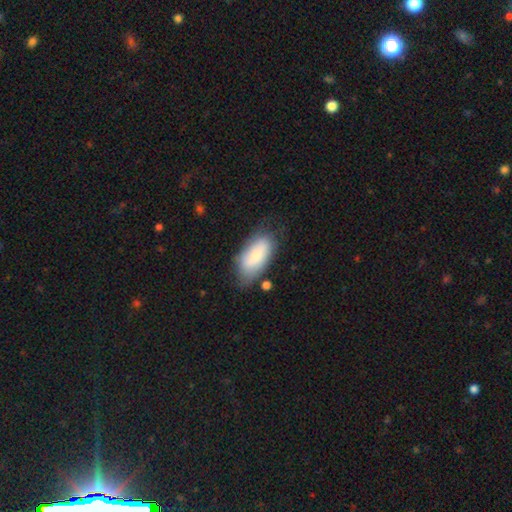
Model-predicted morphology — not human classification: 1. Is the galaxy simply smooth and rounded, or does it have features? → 76% smooth, 18% featured or disk, 7% star or artifact.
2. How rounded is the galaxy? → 92% in between, 6% cigar-shaped, 3% round.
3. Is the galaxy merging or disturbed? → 62% none, 26% minor disturbance, 8% major disturbance, 5% merger.